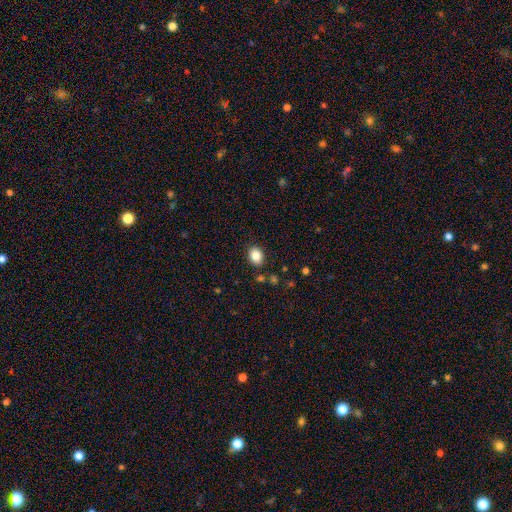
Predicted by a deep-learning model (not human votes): Smooth or featured?
  - smooth: 85% *
  - star or artifact: 9%
  - featured or disk: 6%
How rounded?
  - in between: 60% *
  - round: 39%
  - cigar-shaped: 1%
Merging?
  - none: 87% *
  - minor disturbance: 8%
  - major disturbance: 2%
  - merger: 2%